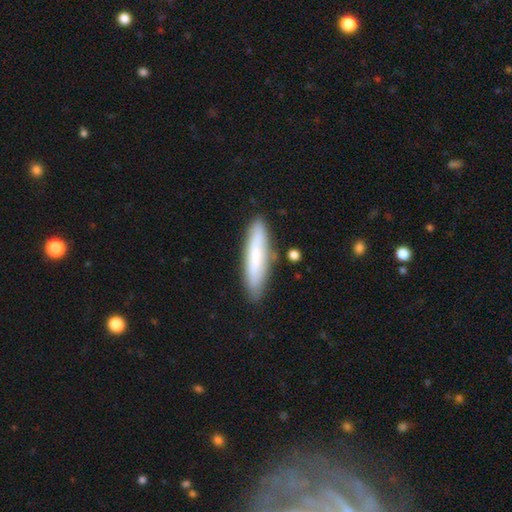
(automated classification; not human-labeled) The model was most divided on "smooth or featured": smooth: 68%, featured or disk: 26%, star or artifact: 6%. More confident: how rounded — cigar-shaped (82%); merging — none (80%).